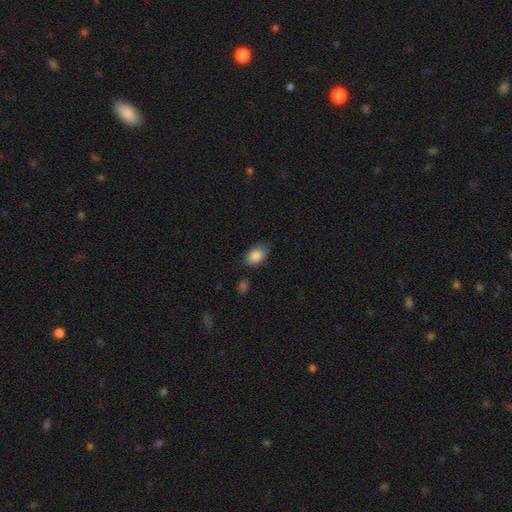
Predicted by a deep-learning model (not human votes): Smooth or featured: smooth — 86% (star or artifact — 7%)
How rounded: in between — 89% (round — 9%)
Merging: none — 72% (minor disturbance — 22%)